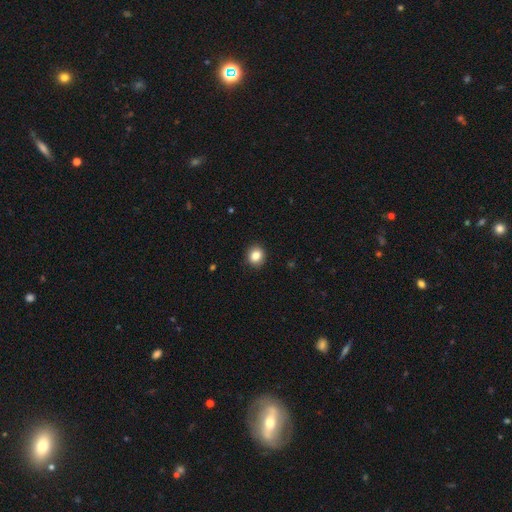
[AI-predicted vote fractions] Q: Smooth or featured?
A: smooth (84%); runner-up: star or artifact (10%)
Q: How rounded?
A: round (80%); runner-up: in between (19%)
Q: Merging?
A: none (92%); runner-up: minor disturbance (6%)